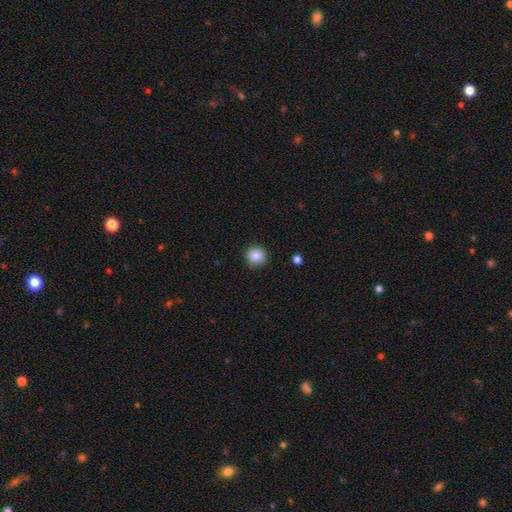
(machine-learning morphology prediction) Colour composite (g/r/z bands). It shows a smooth galaxy with no disk features (88%) that is round (91%). Merging: none (91%).